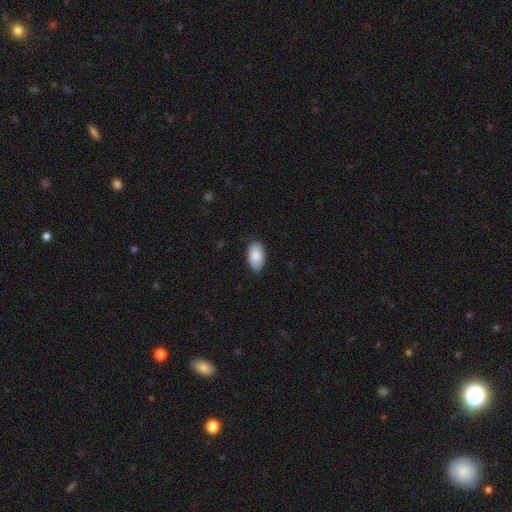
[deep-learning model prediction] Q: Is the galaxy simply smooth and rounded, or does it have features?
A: smooth — 87%.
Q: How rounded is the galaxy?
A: in between — 95%.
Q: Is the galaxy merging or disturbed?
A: none — 82%.